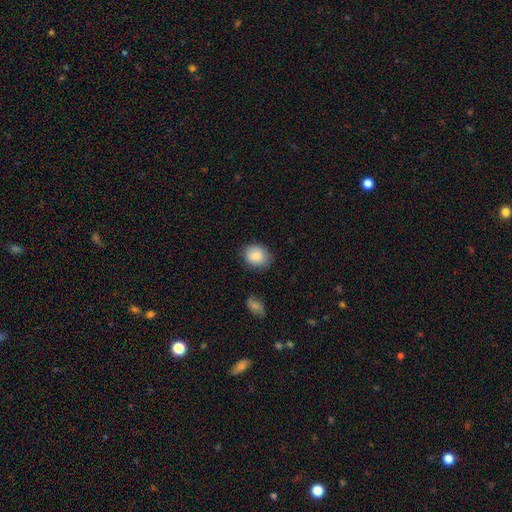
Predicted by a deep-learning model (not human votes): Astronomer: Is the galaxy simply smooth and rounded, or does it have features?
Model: smooth — 85%.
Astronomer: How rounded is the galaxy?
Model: round — 56% (runner-up: in between, 43%).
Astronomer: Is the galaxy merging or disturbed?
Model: none — 80%.